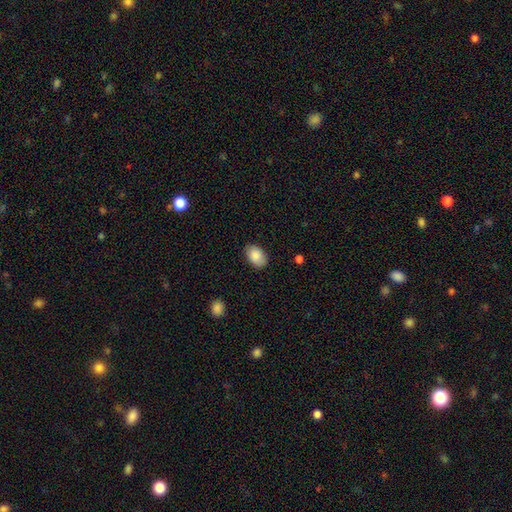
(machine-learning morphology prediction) smooth-or-featured: smooth: 88% | star or artifact: 7% | featured or disk: 5%
  how-rounded: in between: 88% | round: 11% | cigar-shaped: 1%
  merging: none: 85% | minor disturbance: 11% | major disturbance: 2% | merger: 1%